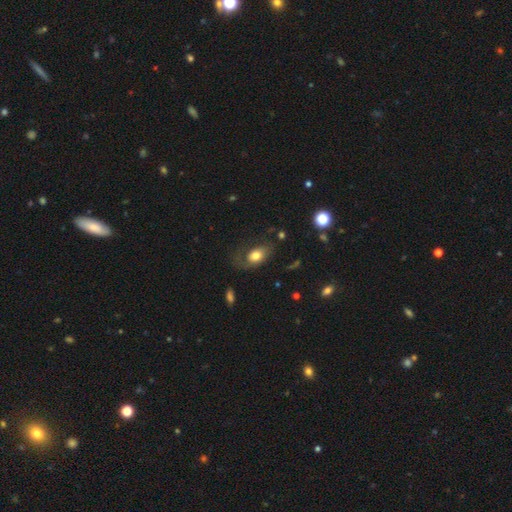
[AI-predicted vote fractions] Smooth or featured? smooth (66%)
How rounded? in between (83%)
Merging? none (47%)